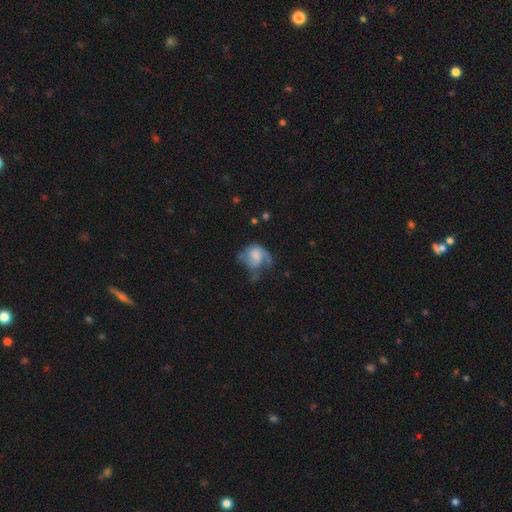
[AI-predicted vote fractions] smooth-or-featured: featured or disk: 60% | smooth: 33% | star or artifact: 8%
  disk-edge-on: no: 98% | yes: 2%
    bar: no: 64% | weak: 30% | strong: 5%
    has-spiral-arms: yes: 81% | no: 19%
    bulge-size: moderate: 32% | none: 23% | small: 23% | large: 19% | dominant: 3%
  merging: major disturbance: 37% | none: 32% | minor disturbance: 26% | merger: 5%